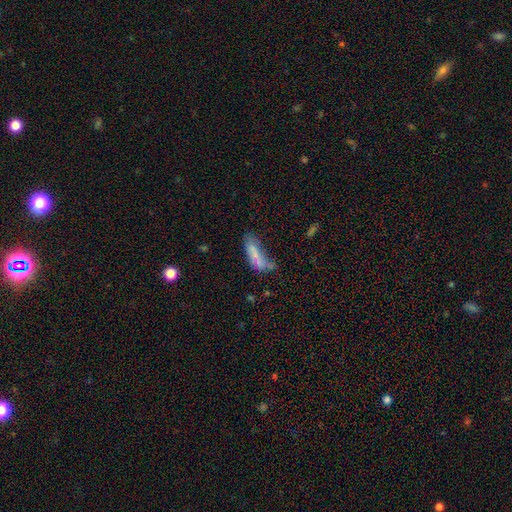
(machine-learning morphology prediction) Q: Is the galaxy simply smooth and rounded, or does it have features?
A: smooth — 67%.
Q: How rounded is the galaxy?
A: in between — 55%.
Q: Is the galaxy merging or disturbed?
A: none — 35%.